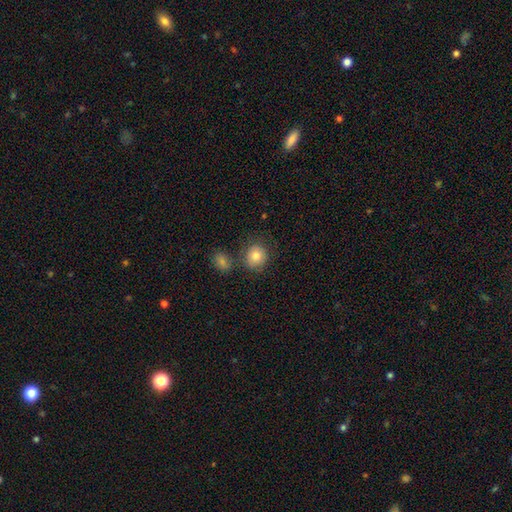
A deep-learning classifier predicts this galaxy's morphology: smooth 81%, star or artifact 10%, featured or disk 9%. Down the decision tree: how rounded — round (82%); merging — none (73%).